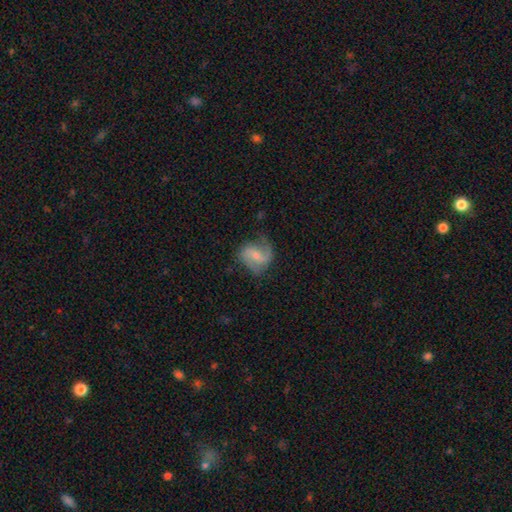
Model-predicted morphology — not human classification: Smooth or featured?
  - featured or disk: 69% *
  - smooth: 24%
  - star or artifact: 7%
Edge-on disk?
  - no: 97% *
  - yes: 3%
Bar?
  - weak: 52% *
  - no: 25%
  - strong: 23%
Spiral arms?
  - yes: 92% *
  - no: 8%
Spiral winding?
  - loose: 44% *
  - medium: 43%
  - tight: 13%
Spiral arm count?
  - 2: 85% *
  - 1: 6%
  - can't tell: 5%
  - 3: 2%
  - 4: 1%
  - more than 4: 1%
Bulge size?
  - small: 47% *
  - moderate: 36%
  - none: 13%
  - large: 3%
  - dominant: 1%
Merging?
  - none: 61% *
  - minor disturbance: 25%
  - major disturbance: 12%
  - merger: 2%